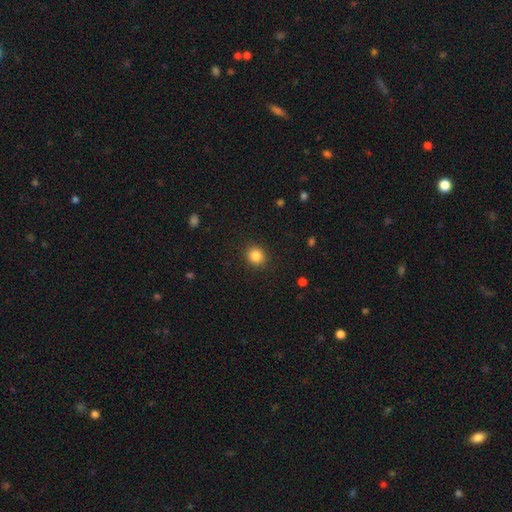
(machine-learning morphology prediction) The model was most divided on "how rounded": round: 85%, in between: 14%, cigar-shaped: 1%. More confident: merging — none (90%); smooth or featured — smooth (85%).